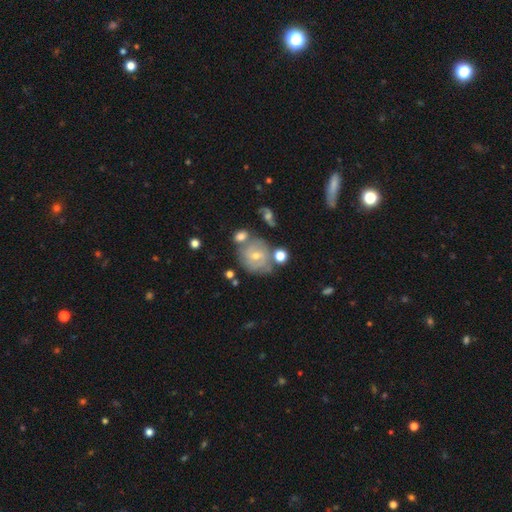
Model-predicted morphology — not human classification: This is possibly a featured or disk galaxy (58%). It is clearly not viewed edge-on (96%). Bar: likely no (67%). Spiral arm pattern: likely yes (70%). Central bulge: possibly small (59%). Merging: likely none (62%).